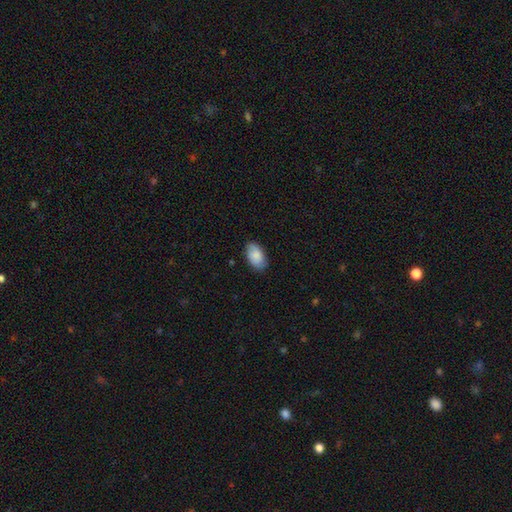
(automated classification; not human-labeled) smooth-or-featured: smooth: 83% | featured or disk: 11% | star or artifact: 6%
  how-rounded: in between: 95% | round: 4% | cigar-shaped: 2%
  merging: none: 81% | minor disturbance: 15% | major disturbance: 3% | merger: 1%